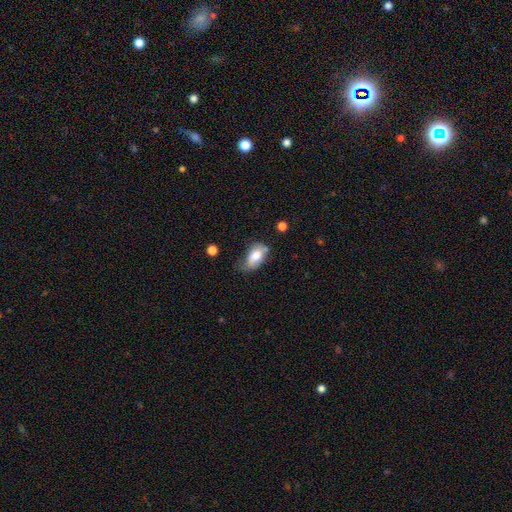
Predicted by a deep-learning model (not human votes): smooth 73%, featured or disk 19%, star or artifact 7%. Down the decision tree: how rounded — in between (90%); merging — minor disturbance (40%).